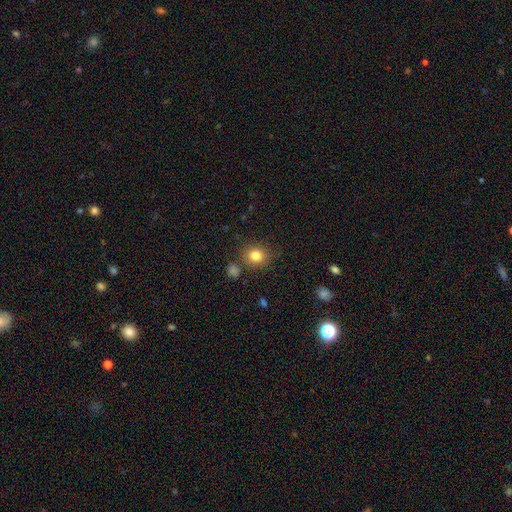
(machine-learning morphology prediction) Smooth or featured?
  - smooth: 82% *
  - star or artifact: 11%
  - featured or disk: 7%
How rounded?
  - round: 70% *
  - in between: 29%
  - cigar-shaped: 1%
Merging?
  - none: 80% *
  - minor disturbance: 12%
  - merger: 5%
  - major disturbance: 4%